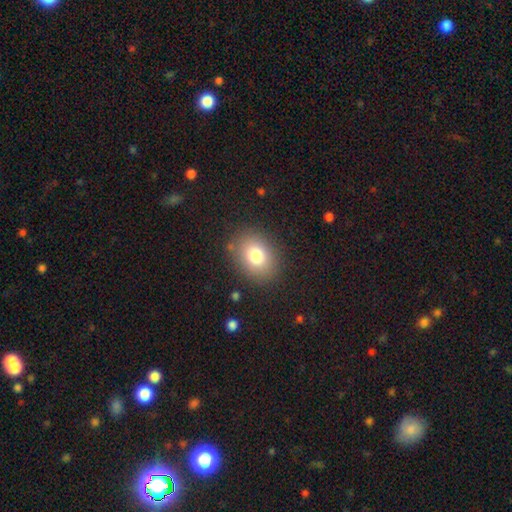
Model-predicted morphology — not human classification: The model was most divided on "how rounded": in between: 55%, round: 44%, cigar-shaped: 1%. More confident: merging — none (85%); smooth or featured — smooth (79%).